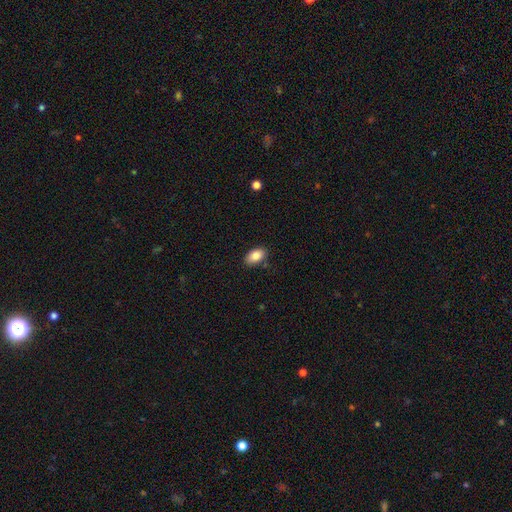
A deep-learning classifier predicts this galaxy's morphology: This is clearly a smooth galaxy (86%). How rounded: clearly in between (92%). Merging: clearly none (83%).